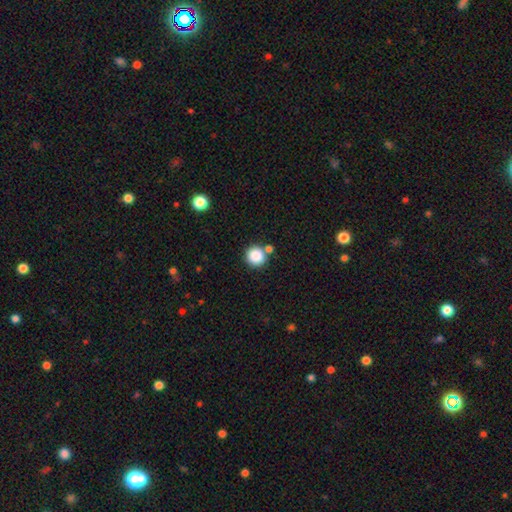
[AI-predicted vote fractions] This is clearly a smooth galaxy (86%). How rounded: clearly round (94%). Merging: likely none (75%).